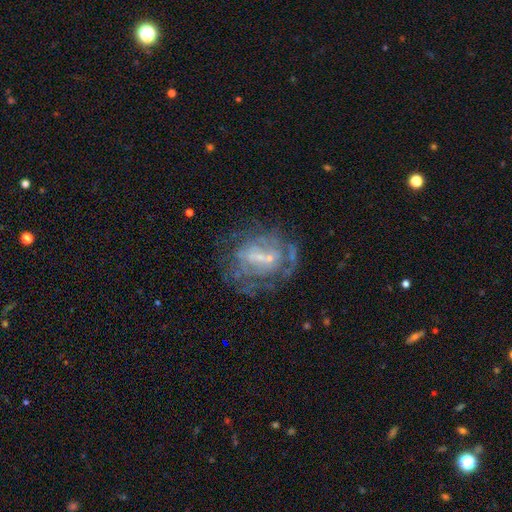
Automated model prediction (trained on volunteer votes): Smooth or featured: featured or disk — 64% (star or artifact — 19%)
Edge-on disk: no — 93% (yes — 7%)
Bar: weak — 42% (no — 32%)
Spiral arms: yes — 57% (no — 43%)
Bulge size: small — 47% (none — 25%)
Merging: none — 62% (minor disturbance — 18%)